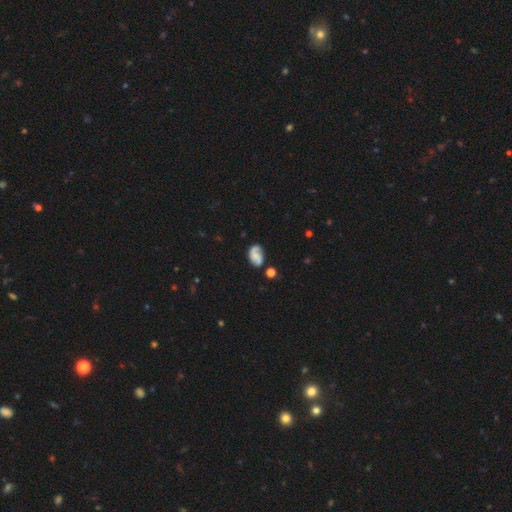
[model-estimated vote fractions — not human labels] This is possibly a featured or disk galaxy (53%). It is clearly not viewed edge-on (97%). Bar: likely no (62%). Spiral arm pattern: clearly yes (87%). Central bulge: marginally none (42%). Merging: possibly none (58%).